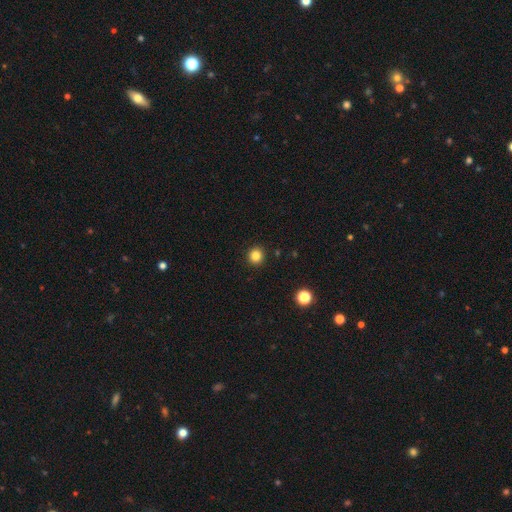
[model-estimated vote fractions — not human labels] This appears to be a smooth galaxy with no disk features (84%) that is round (94%). Merging: none (93%).